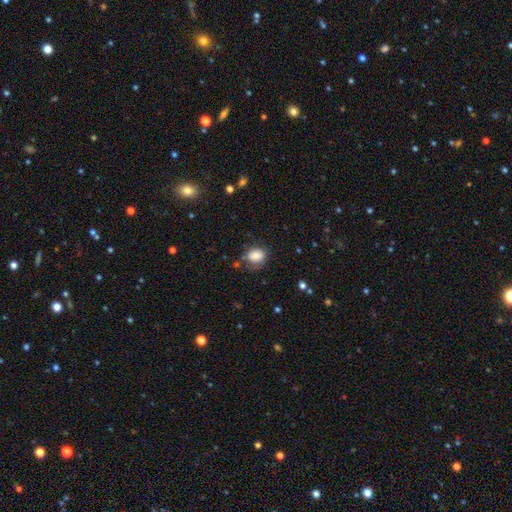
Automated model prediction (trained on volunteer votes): Overall: smooth (80%). How rounded: round (55%; in between 45%). Merging: none (60%; minor disturbance 24%).